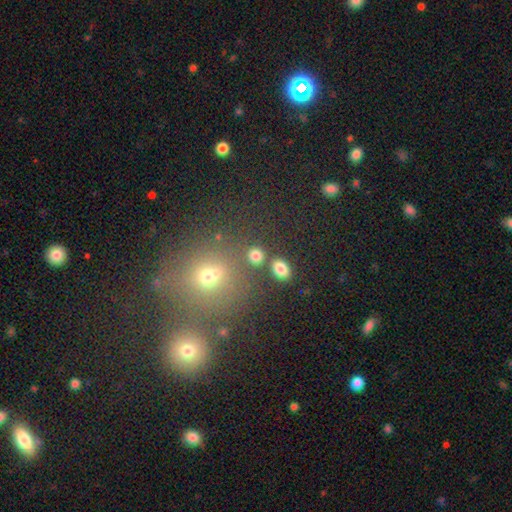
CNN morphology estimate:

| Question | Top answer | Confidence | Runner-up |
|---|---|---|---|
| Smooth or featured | smooth | 80% | star or artifact (14%) |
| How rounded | round | 65% | in between (33%) |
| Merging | none | 76% | merger (12%) |